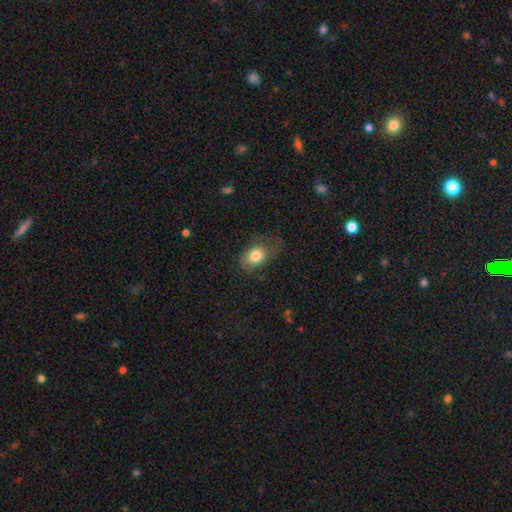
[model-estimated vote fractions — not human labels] smooth 76%, featured or disk 15%, star or artifact 8%. Down the decision tree: how rounded — in between (67%); merging — none (47%).